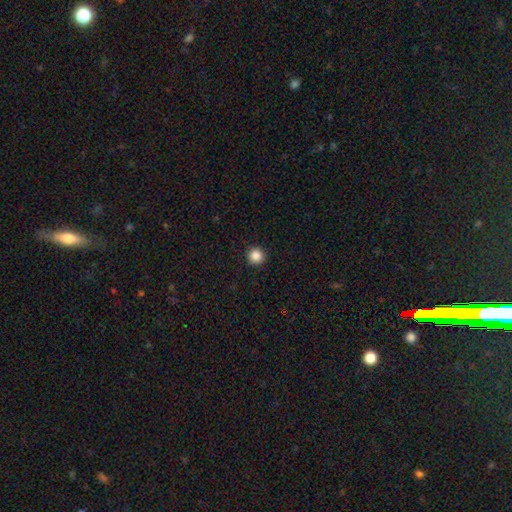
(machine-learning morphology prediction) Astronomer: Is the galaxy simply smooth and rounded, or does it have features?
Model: smooth — 86%.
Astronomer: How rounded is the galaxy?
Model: round — 96%.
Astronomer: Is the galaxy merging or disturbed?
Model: none — 93%.